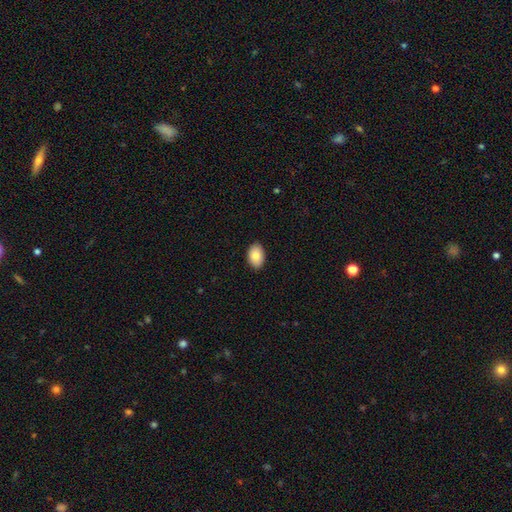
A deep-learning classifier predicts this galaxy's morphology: smooth_or_featured: smooth (p=0.86) [alt: featured or disk p=0.08]
how_rounded: in between (p=0.90) [alt: round p=0.09]
merging: none (p=0.89) [alt: minor disturbance p=0.08]